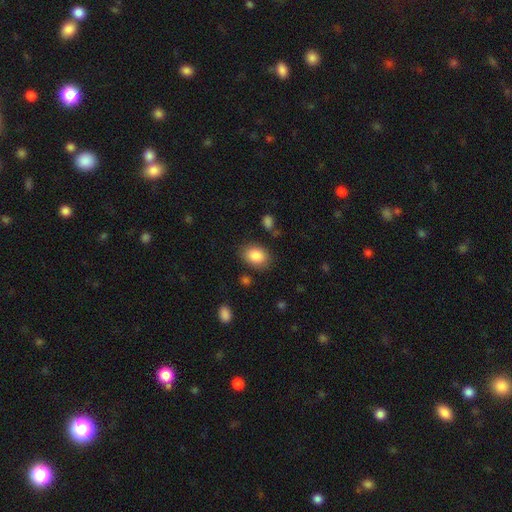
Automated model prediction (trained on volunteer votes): smooth_or_featured: smooth (p=0.86) [alt: star or artifact p=0.08]
how_rounded: in between (p=0.76) [alt: round p=0.23]
merging: none (p=0.82) [alt: minor disturbance p=0.12]